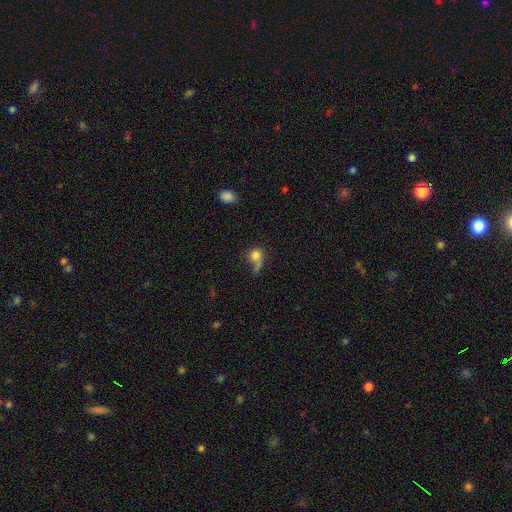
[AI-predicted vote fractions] A smooth galaxy with no disk features (76%) that is round (74%). Merging: none (36%).